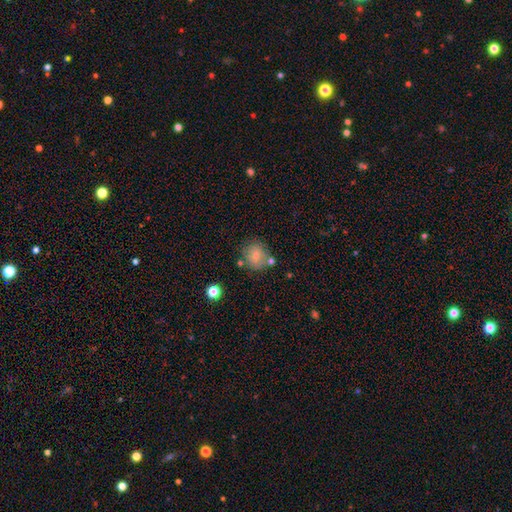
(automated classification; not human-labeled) The model was most divided on "merging": none: 70%, minor disturbance: 15%, merger: 12%, major disturbance: 4%. More confident: how rounded — round (78%); smooth or featured — smooth (75%).